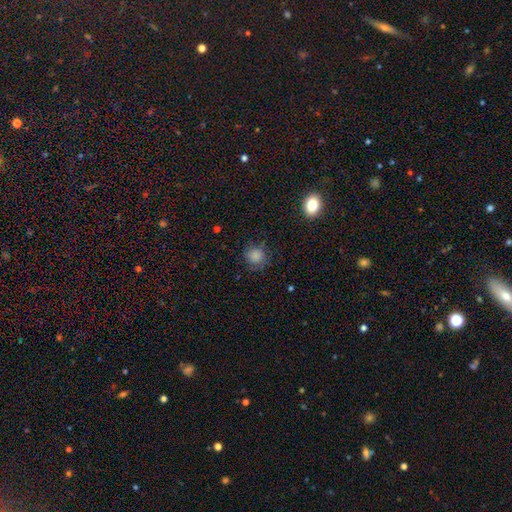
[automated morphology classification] Smooth or featured? Predicted: smooth (p=0.82). How rounded? Predicted: round (p=0.88). Merging? Predicted: none (p=0.76).